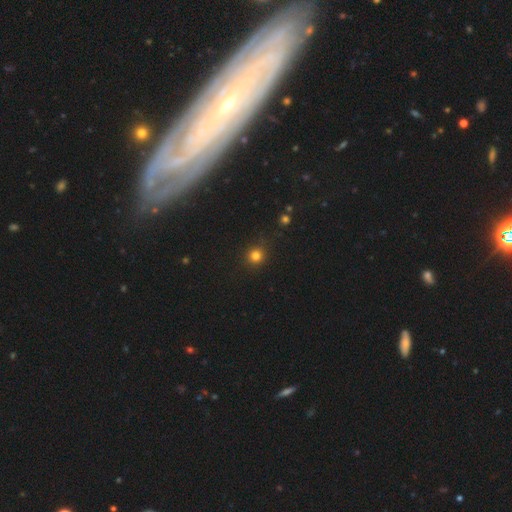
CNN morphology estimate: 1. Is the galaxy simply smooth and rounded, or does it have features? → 80% smooth, 15% star or artifact, 5% featured or disk.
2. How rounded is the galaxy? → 91% round, 8% in between, 1% cigar-shaped.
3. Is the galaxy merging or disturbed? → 88% none, 8% minor disturbance, 3% major disturbance, 2% merger.